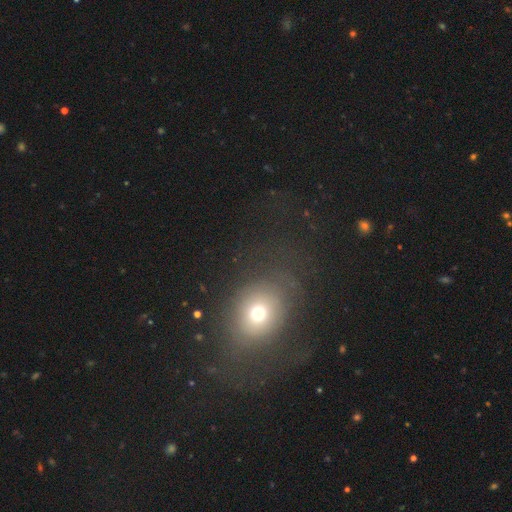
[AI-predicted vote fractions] Smooth or featured? Predicted: smooth (p=0.57). How rounded? Predicted: round (p=0.55). Merging? Predicted: none (p=0.66).